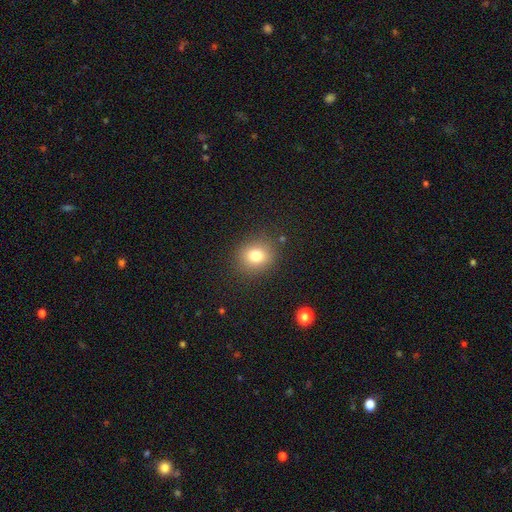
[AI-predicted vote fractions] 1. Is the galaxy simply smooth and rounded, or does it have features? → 78% smooth, 13% star or artifact, 9% featured or disk.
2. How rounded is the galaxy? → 74% round, 25% in between, 1% cigar-shaped.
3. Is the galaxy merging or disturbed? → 87% none, 9% minor disturbance, 3% major disturbance, 2% merger.